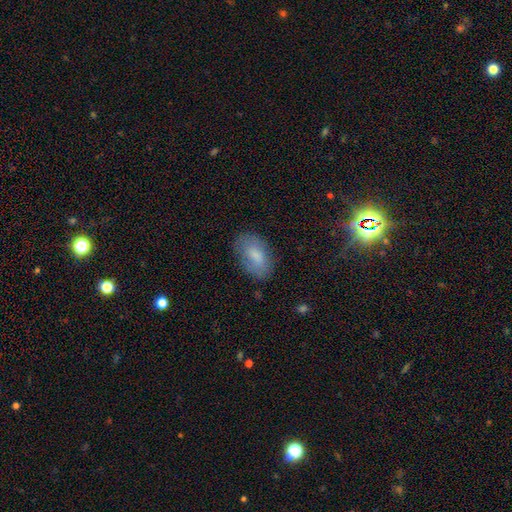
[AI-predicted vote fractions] Morphology: type=smooth (79%); roundness=in between (93%); merging=none (78%).